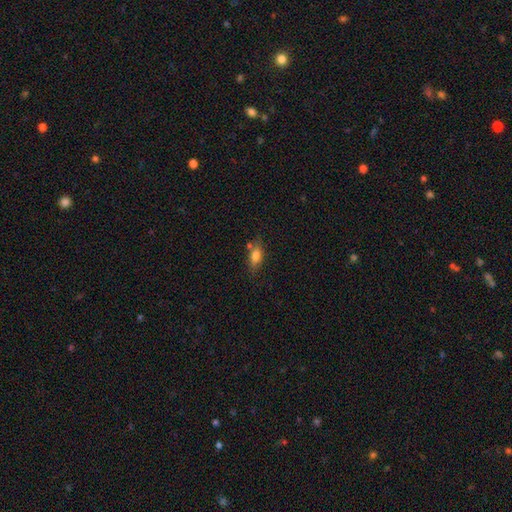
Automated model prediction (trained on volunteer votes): smooth 72%, featured or disk 19%, star or artifact 9%. Down the decision tree: how rounded — in between (77%); merging — none (65%).